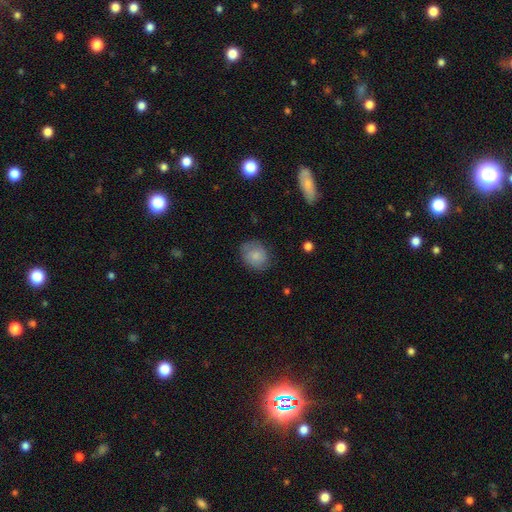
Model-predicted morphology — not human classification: Smooth or featured? smooth (79%)
How rounded? round (57%)
Merging? none (75%)